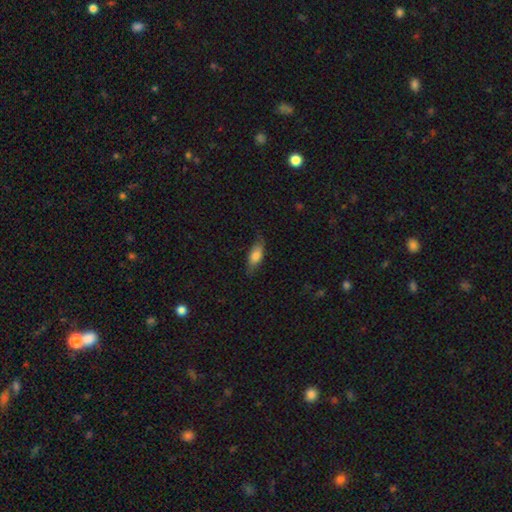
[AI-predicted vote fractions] This is likely a smooth galaxy (70%). How rounded: likely in between (73%). Merging: likely none (71%).